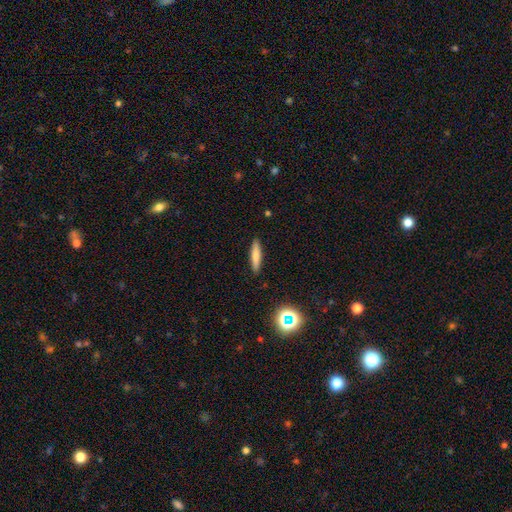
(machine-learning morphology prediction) A smooth galaxy with no disk features (75%) that is cigar-shaped (86%). Merging: none (90%).